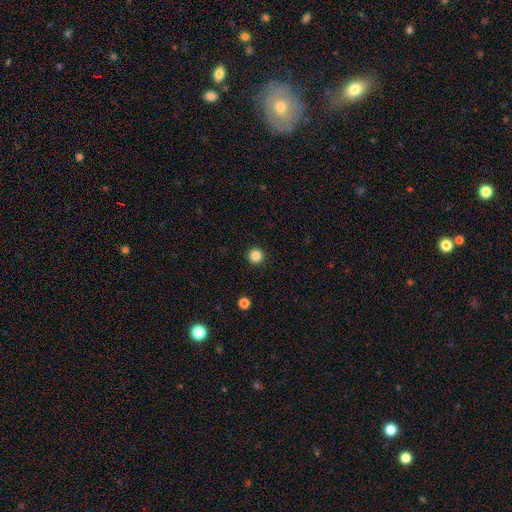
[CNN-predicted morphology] This appears to be a smooth galaxy with no disk features (86%) that is round (96%). Merging: none (94%).